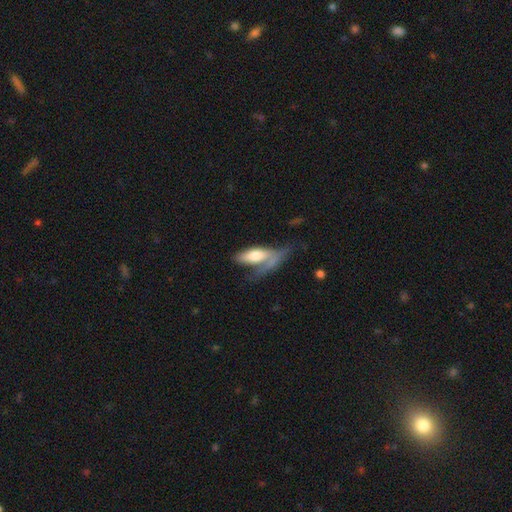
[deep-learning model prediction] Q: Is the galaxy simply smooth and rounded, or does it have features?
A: smooth — 60%.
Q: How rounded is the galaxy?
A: in between — 65%.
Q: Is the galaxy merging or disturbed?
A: major disturbance — 37%.